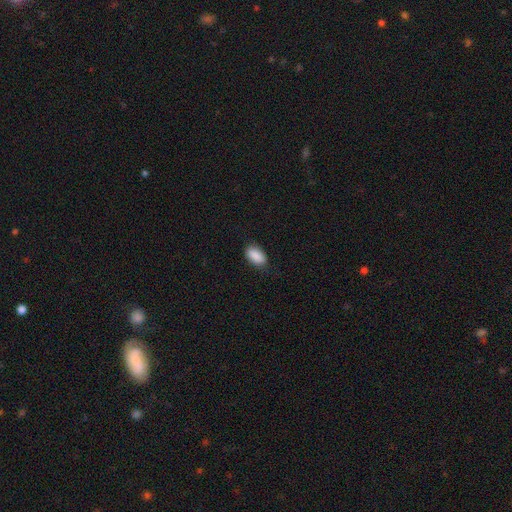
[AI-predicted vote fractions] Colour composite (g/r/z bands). It shows a smooth galaxy with no disk features (90%) that is in between round and cigar-shaped (93%). Merging: none (82%).